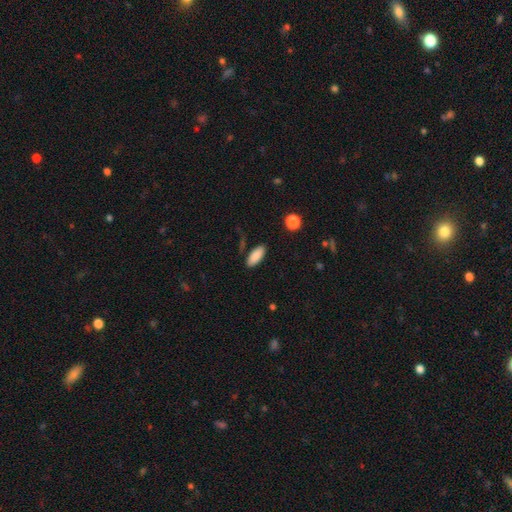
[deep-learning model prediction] Smooth or featured? smooth (88%)
How rounded? in between (79%)
Merging? none (86%)